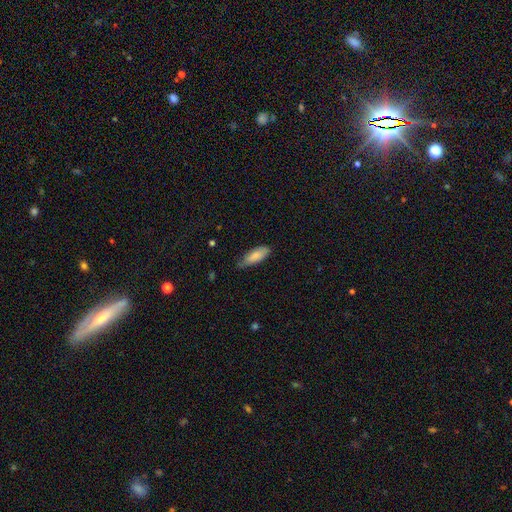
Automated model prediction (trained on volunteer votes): Smooth or featured? Predicted: smooth (p=0.83). How rounded? Predicted: in between (p=0.69). Merging? Predicted: none (p=0.60).